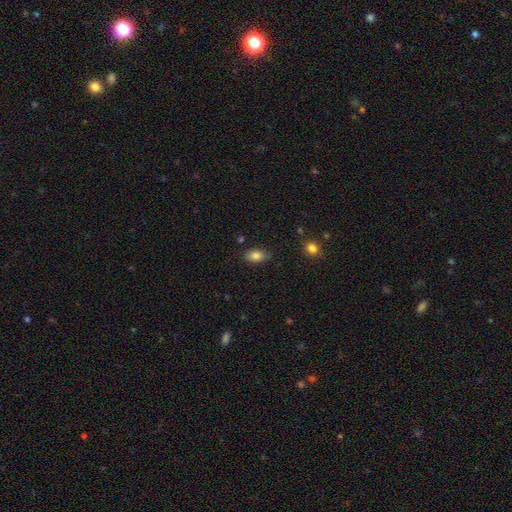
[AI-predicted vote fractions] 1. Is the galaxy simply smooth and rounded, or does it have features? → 84% smooth, 8% star or artifact, 8% featured or disk.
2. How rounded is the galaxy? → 89% in between, 9% round, 2% cigar-shaped.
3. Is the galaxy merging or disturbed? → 79% none, 16% minor disturbance, 3% major disturbance, 2% merger.